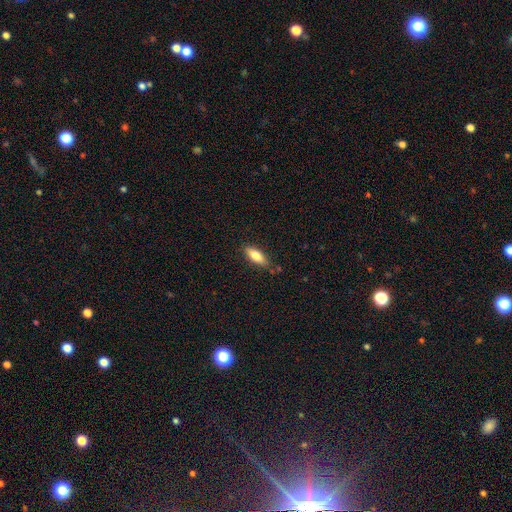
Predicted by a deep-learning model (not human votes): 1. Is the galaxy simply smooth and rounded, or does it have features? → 75% smooth, 18% featured or disk, 6% star or artifact.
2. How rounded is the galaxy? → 65% in between, 33% cigar-shaped, 2% round.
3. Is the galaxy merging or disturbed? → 80% none, 15% minor disturbance, 3% major disturbance, 3% merger.